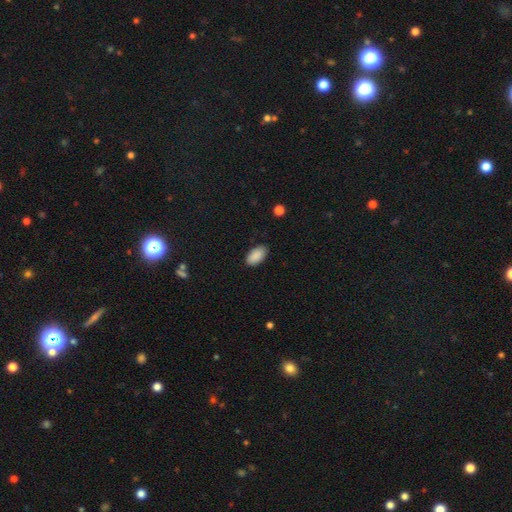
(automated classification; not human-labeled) A smooth galaxy with no disk features (90%) that is in between round and cigar-shaped (95%). Merging: none (85%).